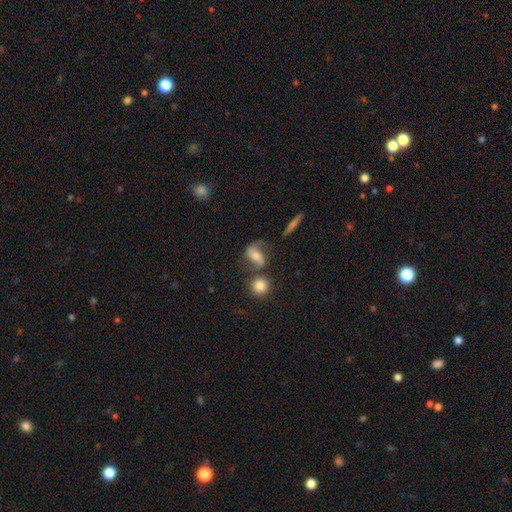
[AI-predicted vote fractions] A featured or disk galaxy (49%).

Vote fractions:
- Smooth or featured? featured or disk: 49% / smooth: 41% / star or artifact: 10%
- Merging? none: 51% / merger: 20% / minor disturbance: 18% / major disturbance: 12%